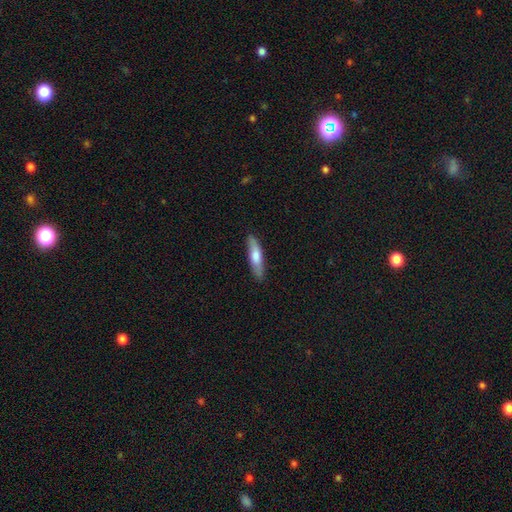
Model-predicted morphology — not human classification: This is likely a smooth galaxy (66%). How rounded: likely cigar-shaped (75%). Merging: clearly none (85%).